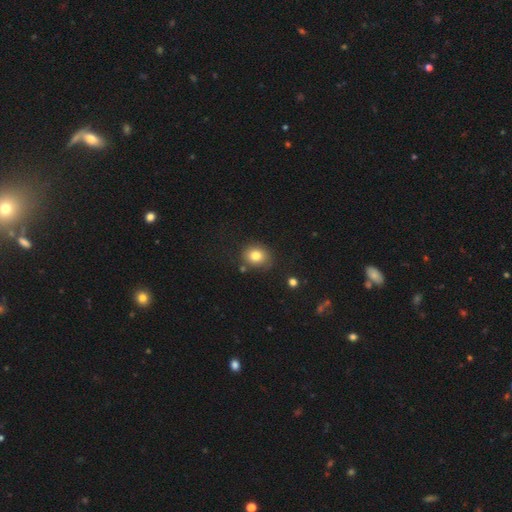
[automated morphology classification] A smooth galaxy with no disk features (80%) that is round (64%). Merging: none (79%).